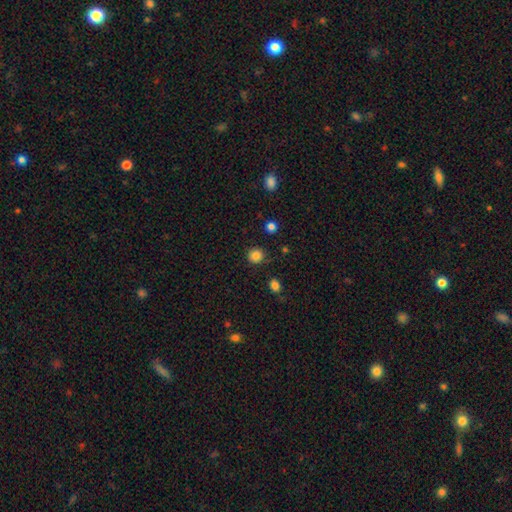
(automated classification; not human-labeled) smooth_or_featured: smooth (p=0.84) [alt: star or artifact p=0.12]
how_rounded: round (p=0.91) [alt: in between p=0.08]
merging: none (p=0.86) [alt: minor disturbance p=0.09]